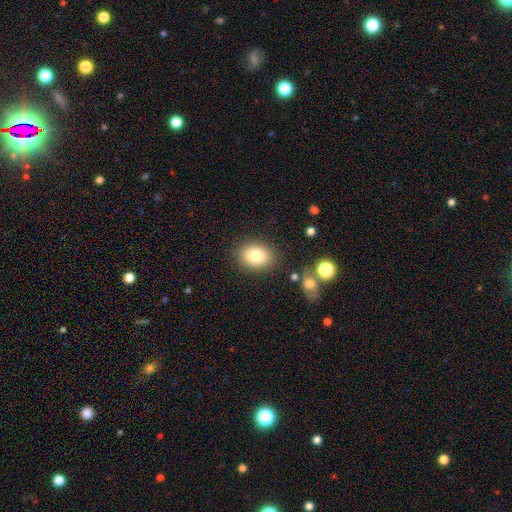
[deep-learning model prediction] This appears to be a smooth galaxy with no disk features (81%) that is in between round and cigar-shaped (57%). Merging: none (85%).